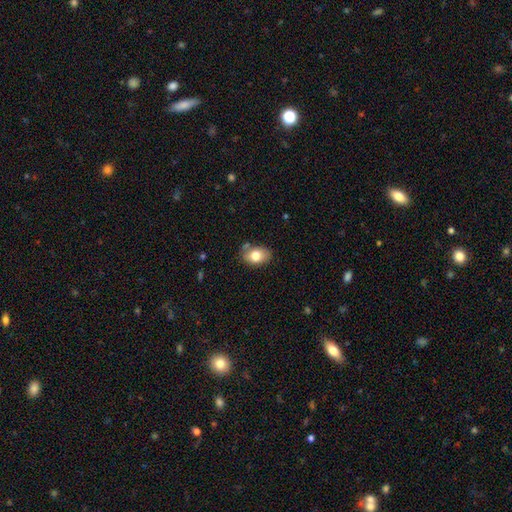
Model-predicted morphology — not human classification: This is likely a smooth galaxy (77%). How rounded: clearly in between (80%). Merging: likely none (71%).